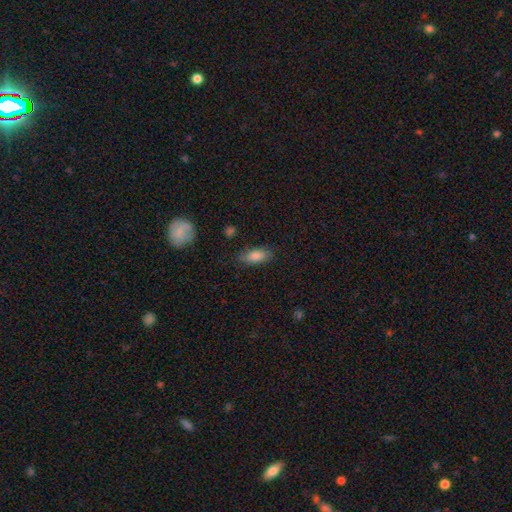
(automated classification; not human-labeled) Q: Smooth or featured?
A: smooth (81%); runner-up: featured or disk (11%)
Q: How rounded?
A: in between (85%); runner-up: cigar-shaped (12%)
Q: Merging?
A: none (80%); runner-up: minor disturbance (15%)